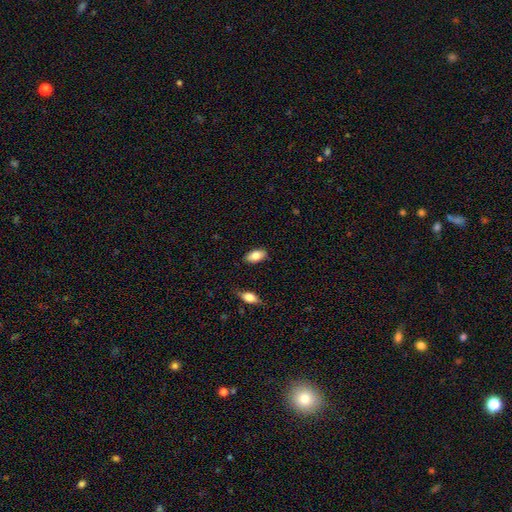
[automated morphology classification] type=smooth (79%); roundness=in between (92%); merging=none (86%).